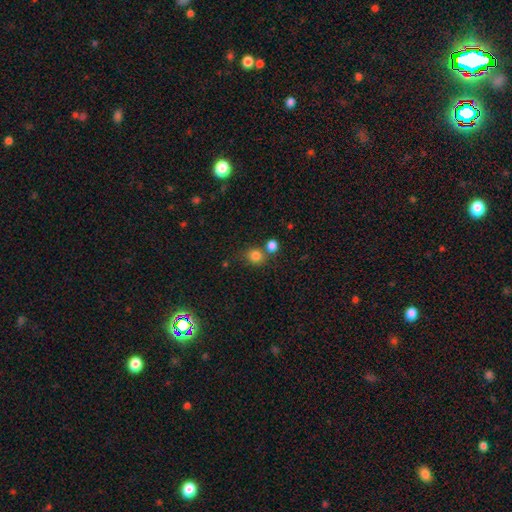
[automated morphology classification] A smooth galaxy with no disk features (81%) that is round (84%).

Vote fractions:
- Smooth or featured? smooth: 81% / star or artifact: 13% / featured or disk: 6%
- How rounded? round: 84% / in between: 15% / cigar-shaped: 1%
- Merging? none: 62% / merger: 26% / minor disturbance: 9% / major disturbance: 3%